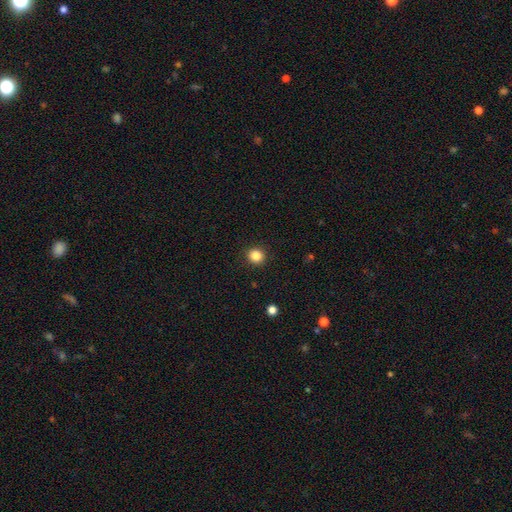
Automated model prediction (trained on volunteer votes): Smooth or featured? smooth (85%)
How rounded? round (88%)
Merging? none (92%)